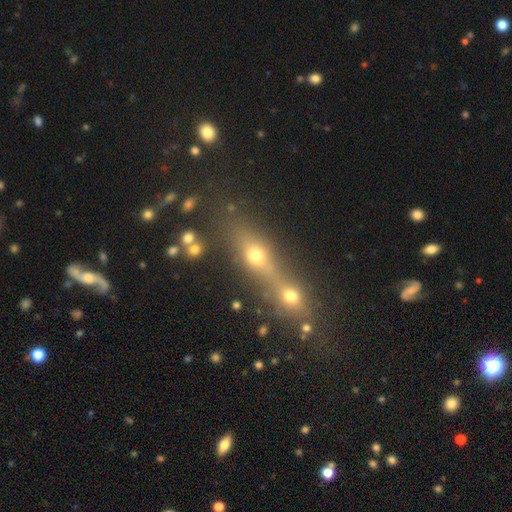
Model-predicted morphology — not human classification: smooth 50%, featured or disk 28%, star or artifact 22%. Down the decision tree: how rounded — in between (39%); merging — merger (50%).